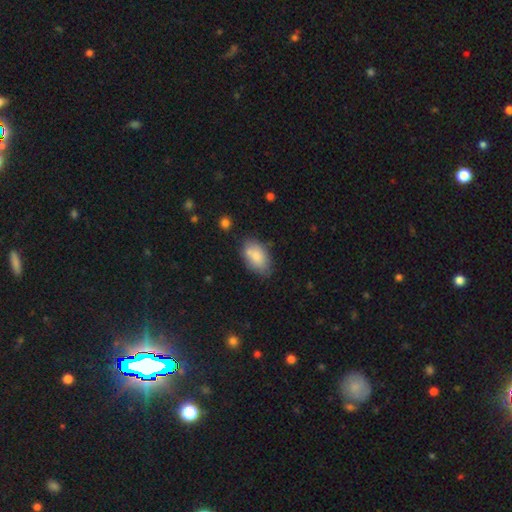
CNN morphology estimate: smooth-or-featured: smooth: 81% | featured or disk: 12% | star or artifact: 7%
  how-rounded: in between: 91% | round: 7% | cigar-shaped: 2%
  merging: none: 63% | minor disturbance: 21% | merger: 11% | major disturbance: 5%